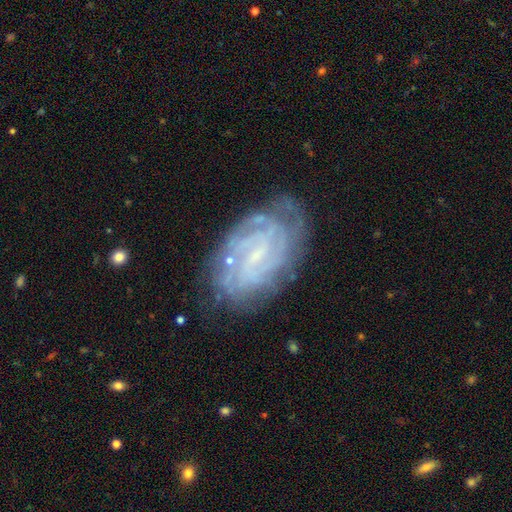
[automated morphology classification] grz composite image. It shows a featured or disk galaxy (84%) with a weak bar (50%), tight (71%) spiral arms (95%) and a small central bulge (68%). Merging: none (73%).